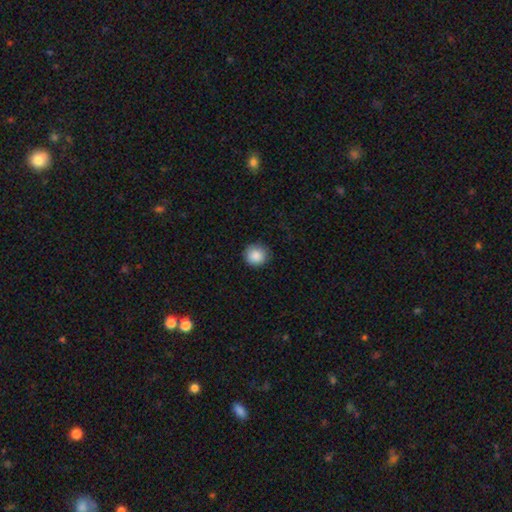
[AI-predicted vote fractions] Smooth or featured: smooth — 88% (star or artifact — 8%)
How rounded: round — 92% (in between — 7%)
Merging: none — 87% (minor disturbance — 10%)